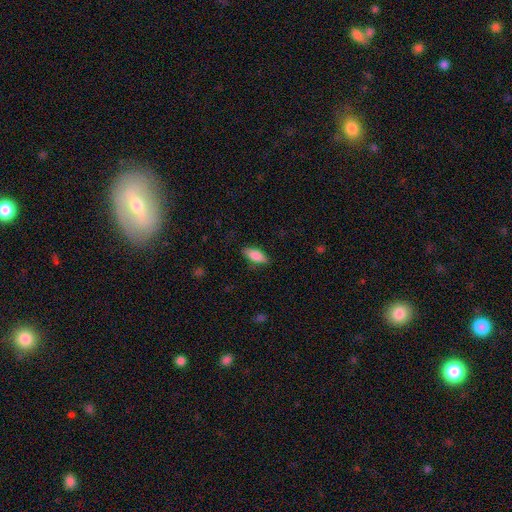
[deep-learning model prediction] Q: Smooth or featured?
A: smooth (84%); runner-up: featured or disk (10%)
Q: How rounded?
A: in between (80%); runner-up: cigar-shaped (18%)
Q: Merging?
A: none (84%); runner-up: minor disturbance (12%)